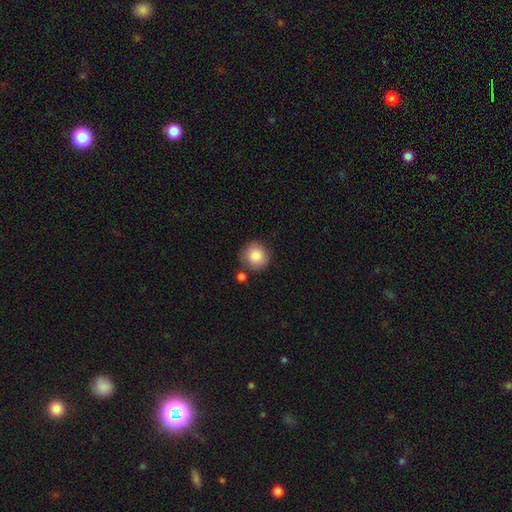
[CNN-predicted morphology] Smooth or featured? Predicted: smooth (p=0.86). How rounded? Predicted: round (p=0.92). Merging? Predicted: none (p=0.79).